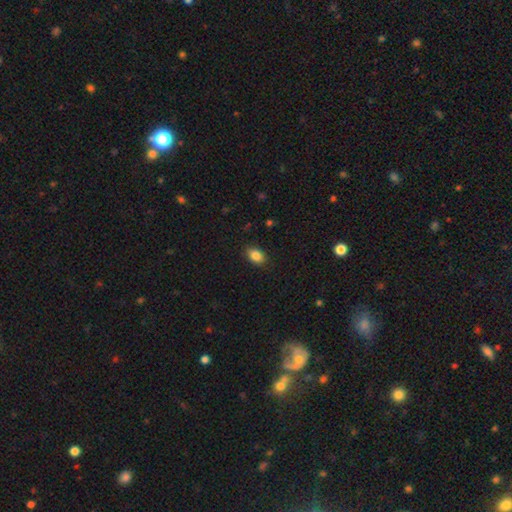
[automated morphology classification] Smooth or featured?
  - smooth: 86% *
  - star or artifact: 9%
  - featured or disk: 5%
How rounded?
  - in between: 81% *
  - round: 17%
  - cigar-shaped: 1%
Merging?
  - none: 86% *
  - minor disturbance: 10%
  - major disturbance: 2%
  - merger: 1%